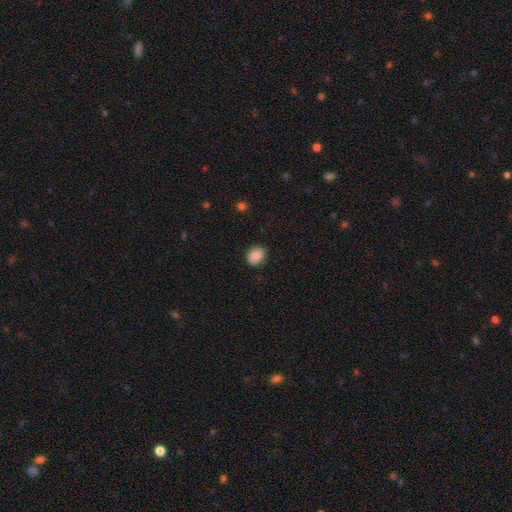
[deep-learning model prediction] Q: Smooth or featured?
A: smooth (88%); runner-up: star or artifact (8%)
Q: How rounded?
A: in between (59%); runner-up: round (40%)
Q: Merging?
A: none (80%); runner-up: minor disturbance (15%)